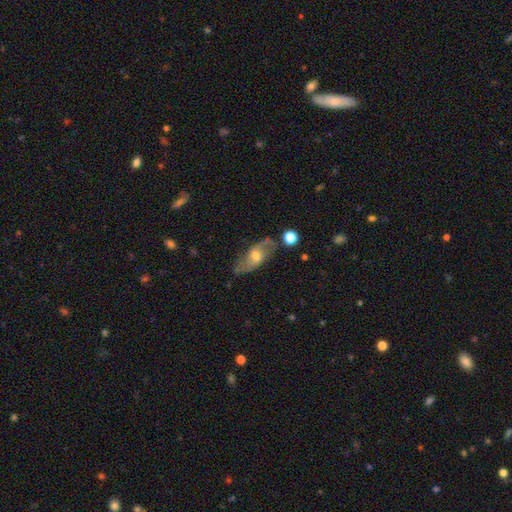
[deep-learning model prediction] smooth_or_featured: featured or disk (p=0.60) [alt: smooth p=0.33]
disk_edge_on: no (p=0.85) [alt: yes p=0.15]
bar: no (p=0.54) [alt: weak p=0.37]
has_spiral_arms: yes (p=0.77) [alt: no p=0.23]
bulge_size: moderate (p=0.62) [alt: small p=0.29]
merging: none (p=0.68) [alt: minor disturbance p=0.21]